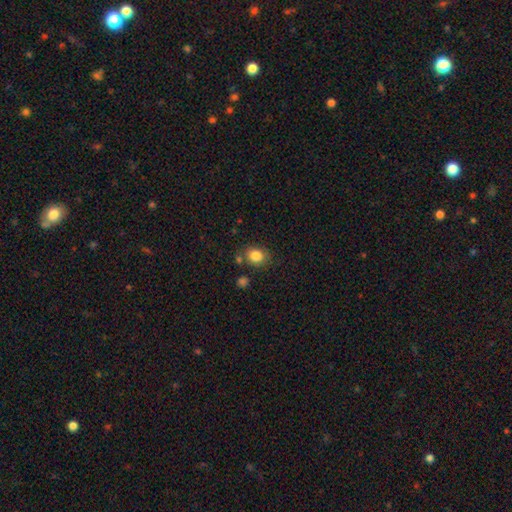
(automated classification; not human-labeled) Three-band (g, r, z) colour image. It shows a smooth galaxy with no disk features (84%) that is round (59%). Merging: none (76%).